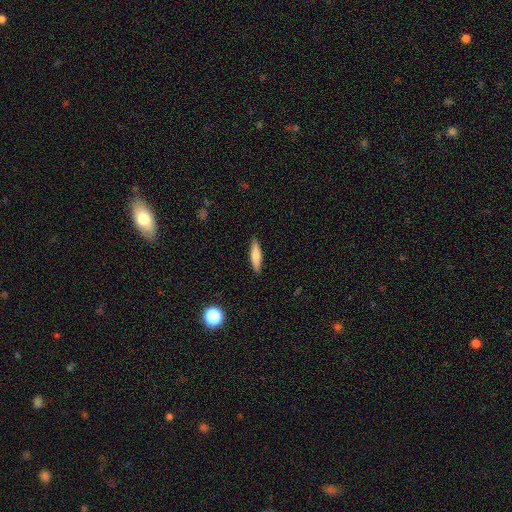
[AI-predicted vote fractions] A smooth galaxy with no disk features (73%) that is cigar-shaped (75%).

Vote fractions:
- Smooth or featured? smooth: 73% / featured or disk: 20% / star or artifact: 6%
- How rounded? cigar-shaped: 75% / in between: 24% / round: 2%
- Merging? none: 89% / minor disturbance: 8% / major disturbance: 2% / merger: 1%